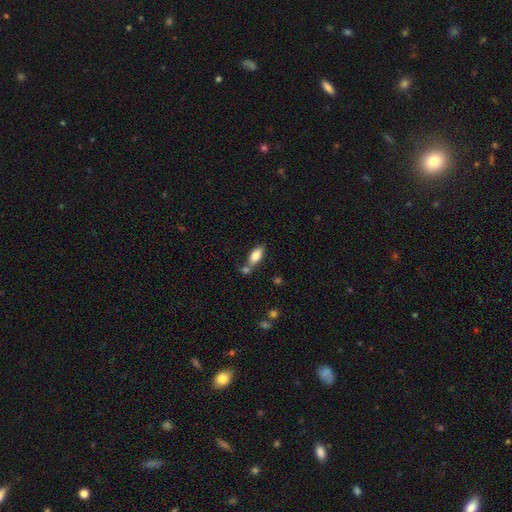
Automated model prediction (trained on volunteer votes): Overall: smooth (81%). How rounded: in between (85%). Merging: none (52%; merger 30%).